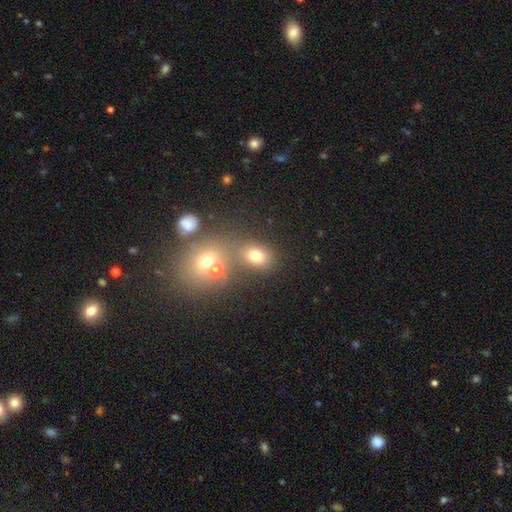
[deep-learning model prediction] Smooth or featured? smooth (72%)
How rounded? in between (50%)
Merging? none (58%)